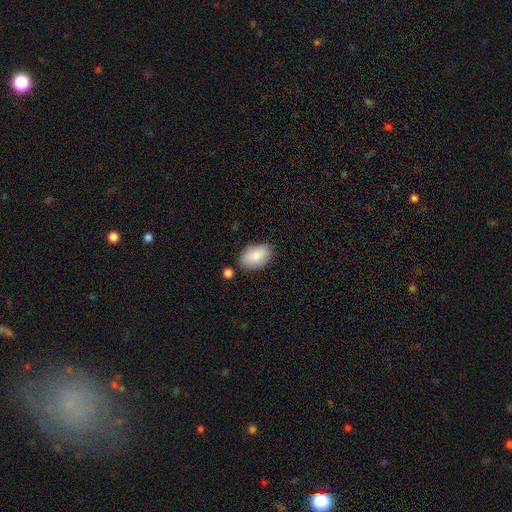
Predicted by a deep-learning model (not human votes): Smooth or featured: smooth — 87% (featured or disk — 7%)
How rounded: in between — 92% (round — 6%)
Merging: none — 75% (minor disturbance — 16%)